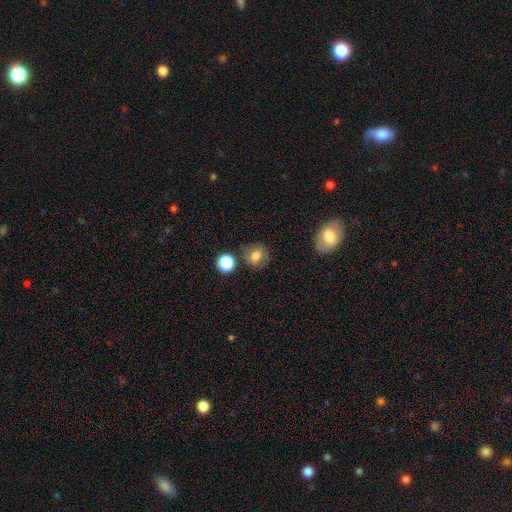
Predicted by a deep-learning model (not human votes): smooth 68%, featured or disk 18%, star or artifact 14%. Down the decision tree: how rounded — round (74%); merging — none (73%).